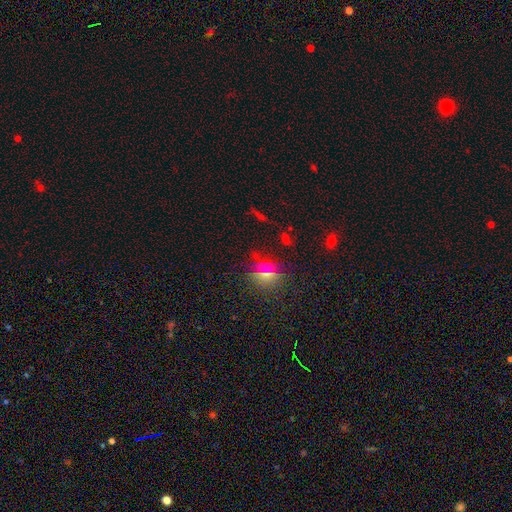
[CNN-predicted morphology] This appears to be a smooth galaxy with no disk features (48%). Merging: none (79%).